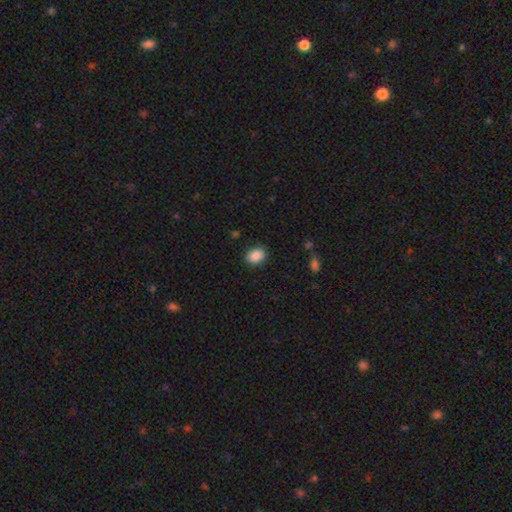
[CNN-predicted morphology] Overall: smooth (87%). How rounded: in between (63%; round 36%). Merging: none (88%).